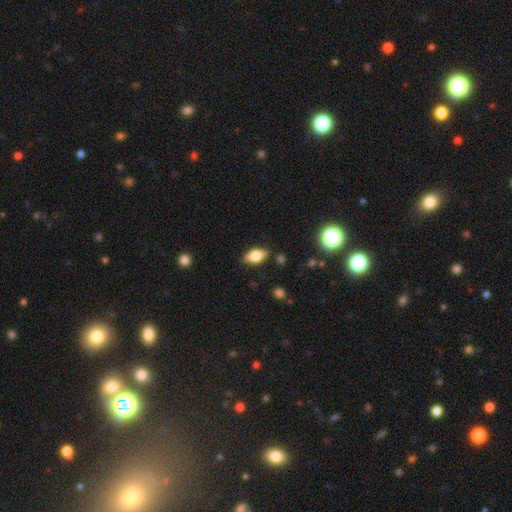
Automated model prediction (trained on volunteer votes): smooth-or-featured: smooth: 69% | featured or disk: 23% | star or artifact: 8%
  how-rounded: in between: 85% | cigar-shaped: 10% | round: 5%
  merging: none: 84% | minor disturbance: 11% | major disturbance: 3% | merger: 2%